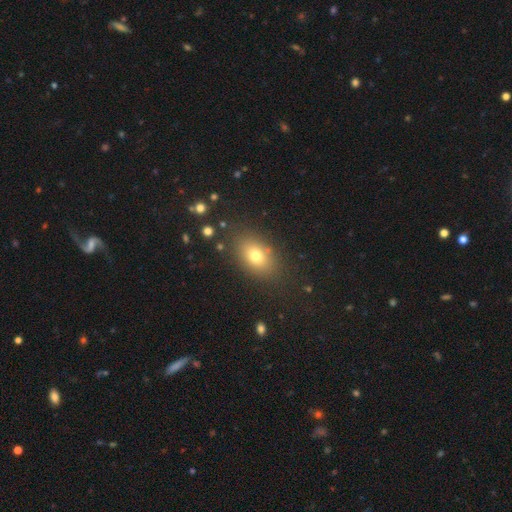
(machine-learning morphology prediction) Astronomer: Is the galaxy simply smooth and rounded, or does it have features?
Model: smooth — 75%.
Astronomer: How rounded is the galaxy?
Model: in between — 80%.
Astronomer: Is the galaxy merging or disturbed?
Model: none — 84%.